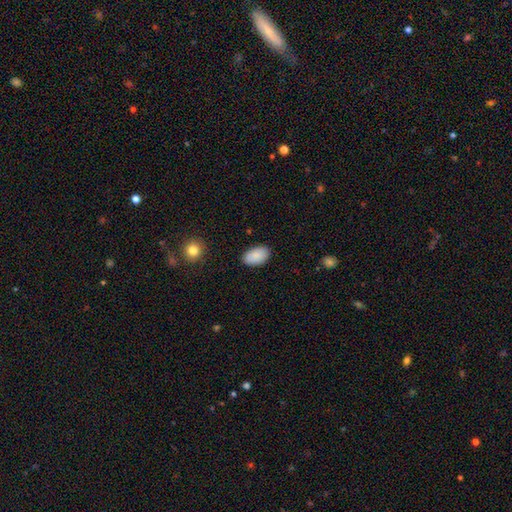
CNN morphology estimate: smooth_or_featured: smooth (p=0.87) [alt: featured or disk p=0.07]
how_rounded: in between (p=0.94) [alt: round p=0.05]
merging: none (p=0.86) [alt: minor disturbance p=0.11]